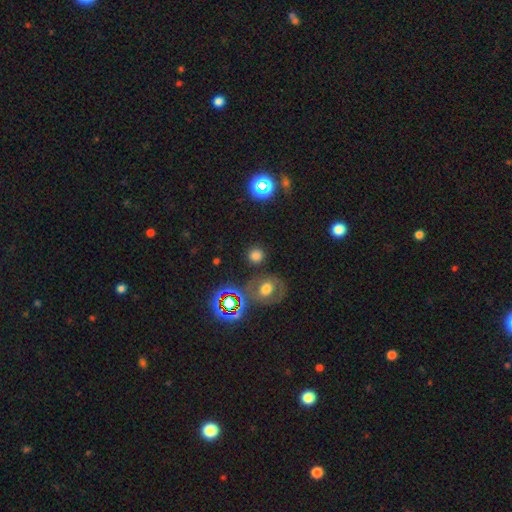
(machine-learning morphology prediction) smooth 71%, star or artifact 20%, featured or disk 9%. Down the decision tree: how rounded — round (90%); merging — none (82%).